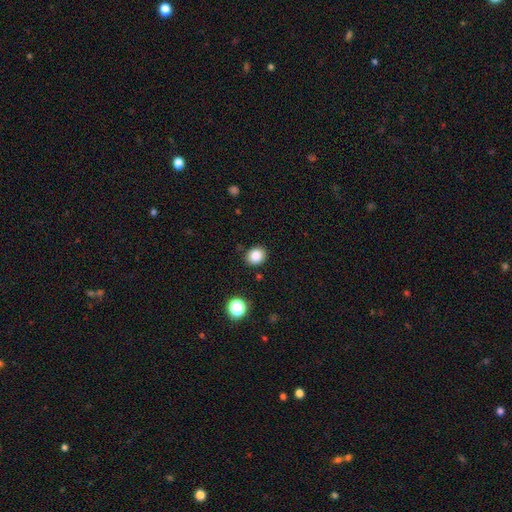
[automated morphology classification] A smooth galaxy with no disk features (85%) that is round (66%). Merging: none (88%).